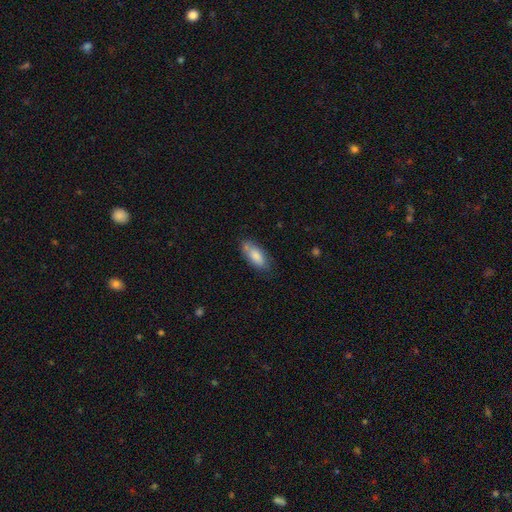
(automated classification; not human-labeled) smooth 81%, featured or disk 12%, star or artifact 6%. Down the decision tree: how rounded — in between (80%); merging — none (70%).